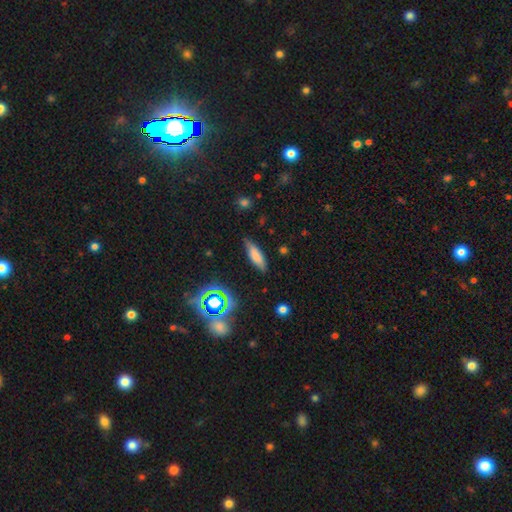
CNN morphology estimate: A smooth galaxy with no disk features (70%) that is cigar-shaped (55%).

Vote fractions:
- Smooth or featured? smooth: 70% / featured or disk: 19% / star or artifact: 11%
- How rounded? cigar-shaped: 55% / in between: 43% / round: 2%
- Merging? none: 80% / minor disturbance: 15% / major disturbance: 3% / merger: 2%